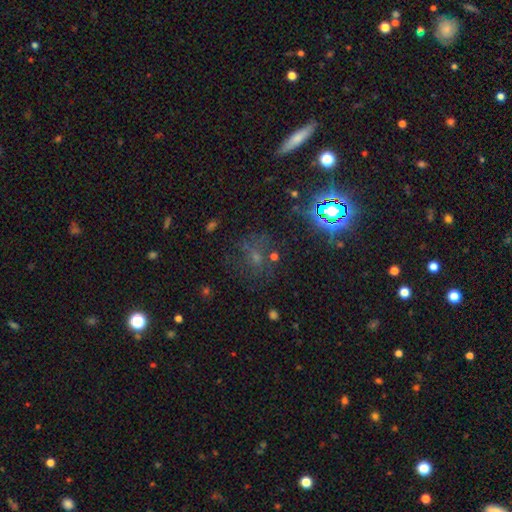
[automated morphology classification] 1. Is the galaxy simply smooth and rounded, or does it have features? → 52% star or artifact, 29% smooth, 18% featured or disk.